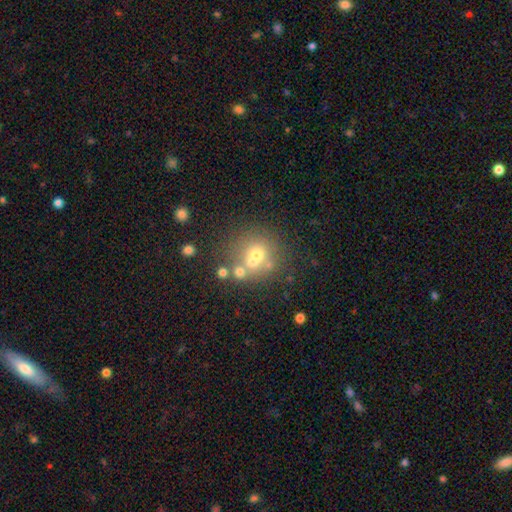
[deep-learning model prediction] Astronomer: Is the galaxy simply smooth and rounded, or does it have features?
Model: smooth — 56%.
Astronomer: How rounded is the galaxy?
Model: round — 80%.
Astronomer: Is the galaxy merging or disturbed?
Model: none — 49% (runner-up: merger, 34%).